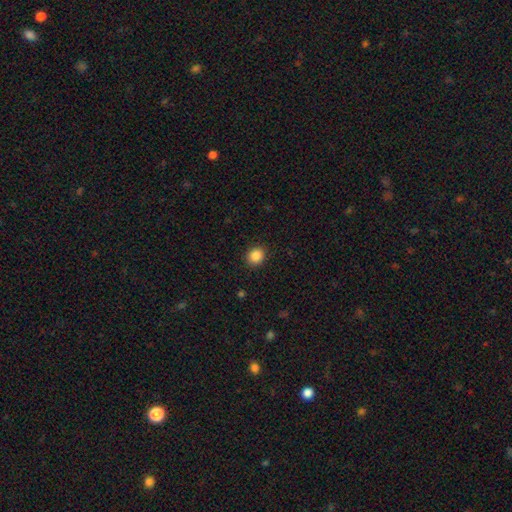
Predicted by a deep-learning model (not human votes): This appears to be a smooth galaxy with no disk features (87%) that is round (77%). Merging: none (91%).